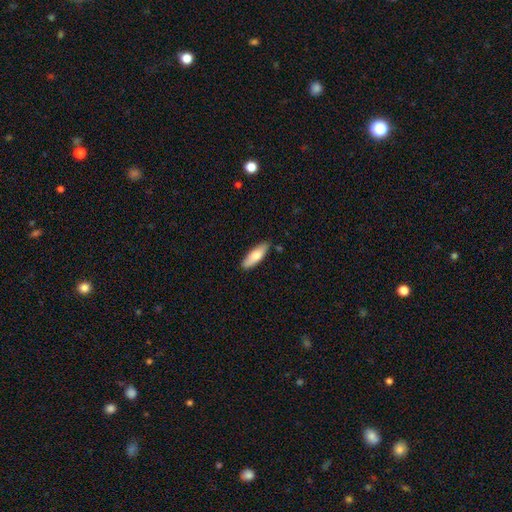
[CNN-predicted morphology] Smooth or featured?
  - smooth: 75% *
  - featured or disk: 19%
  - star or artifact: 6%
How rounded?
  - in between: 57% *
  - cigar-shaped: 41%
  - round: 2%
Merging?
  - none: 84% *
  - minor disturbance: 12%
  - major disturbance: 2%
  - merger: 2%